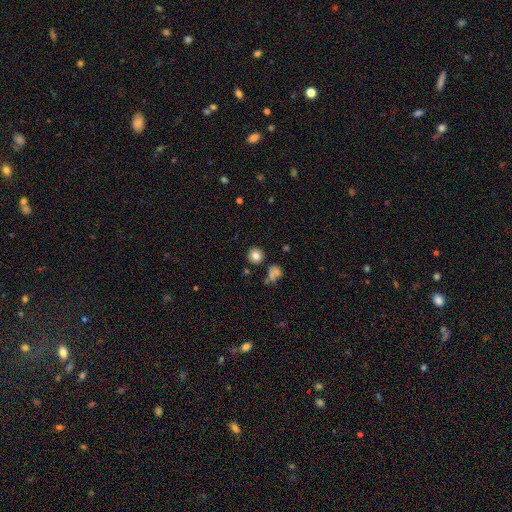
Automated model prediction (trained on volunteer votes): Morphology: type=smooth (80%); roundness=round (91%); merging=none (84%).